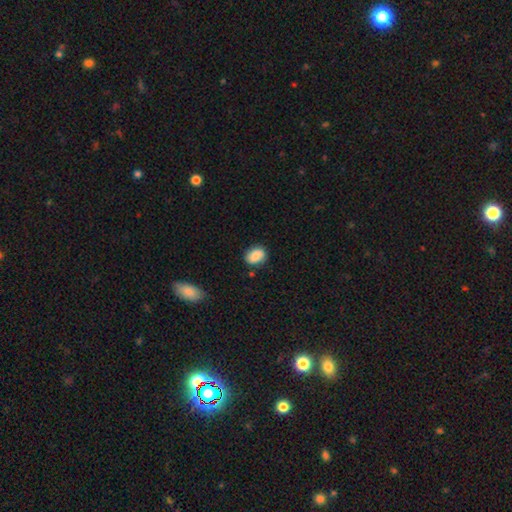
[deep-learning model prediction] A smooth galaxy with no disk features (80%) that is in between round and cigar-shaped (67%).

Vote fractions:
- Smooth or featured? smooth: 80% / featured or disk: 12% / star or artifact: 8%
- How rounded? in between: 67% / round: 32% / cigar-shaped: 1%
- Merging? none: 74% / minor disturbance: 19% / major disturbance: 4% / merger: 3%